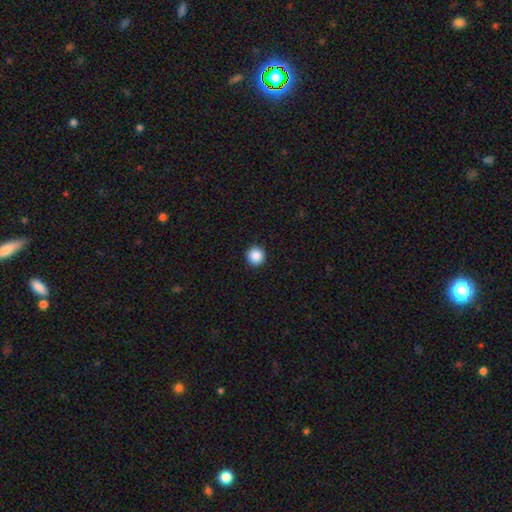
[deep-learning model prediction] smooth 88%, star or artifact 9%, featured or disk 3%. Down the decision tree: how rounded — round (96%); merging — none (93%).